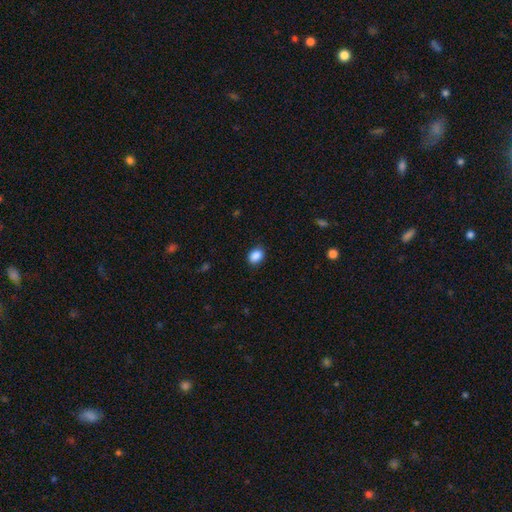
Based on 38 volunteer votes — This is clearly a smooth galaxy (97%). How rounded: likely in between (65%). Merging: clearly none (84%).